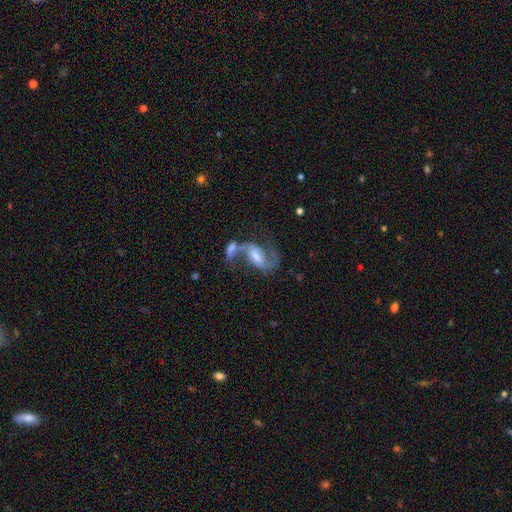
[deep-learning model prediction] This is clearly a featured or disk galaxy (81%). It is clearly not viewed edge-on (96%). Bar: possibly weak (46%). Spiral arm pattern: clearly yes (93%). Spiral arm count: clearly 2 (87%). Spiral winding: likely loose (62%). Central bulge: marginally moderate (39%). Merging: marginally merger (40%).